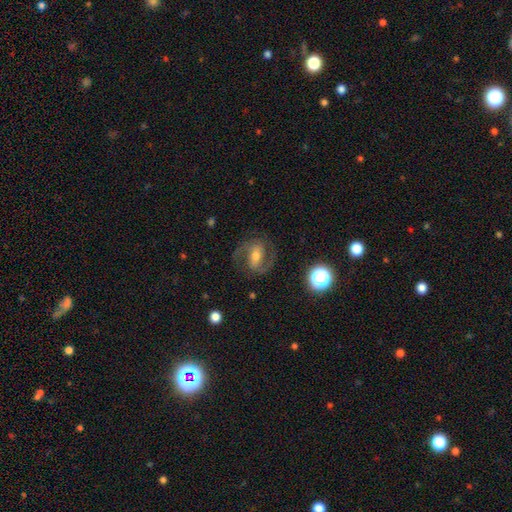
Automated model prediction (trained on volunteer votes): Smooth or featured? Predicted: featured or disk (p=0.81). Edge-on disk? Predicted: no (p=0.97). Bar? Predicted: strong (p=0.40, tied with weak). Spiral arms? Predicted: yes (p=0.95). Spiral winding? Predicted: medium (p=0.61). Spiral arm count? Predicted: 2 (p=0.92). Bulge size? Predicted: moderate (p=0.58). Merging? Predicted: none (p=0.79).